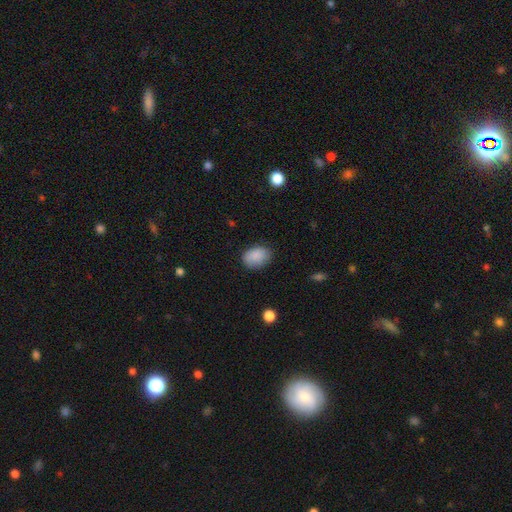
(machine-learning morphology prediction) Q: Smooth or featured?
A: smooth (89%); runner-up: star or artifact (7%)
Q: How rounded?
A: in between (80%); runner-up: round (19%)
Q: Merging?
A: none (82%); runner-up: minor disturbance (14%)